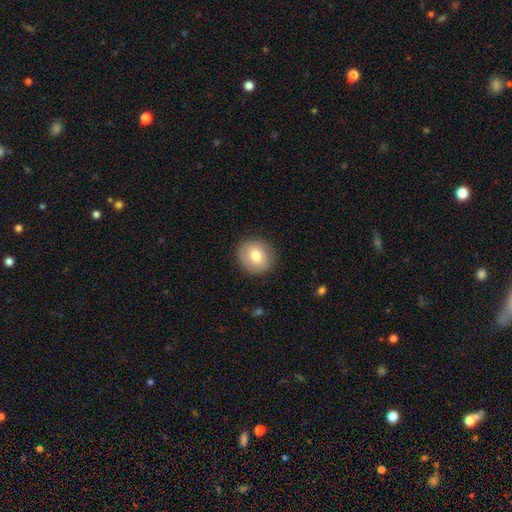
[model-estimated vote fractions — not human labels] smooth-or-featured: smooth: 77% | featured or disk: 15% | star or artifact: 8%
  how-rounded: round: 84% | in between: 15% | cigar-shaped: 1%
  merging: none: 88% | minor disturbance: 8% | major disturbance: 2% | merger: 1%